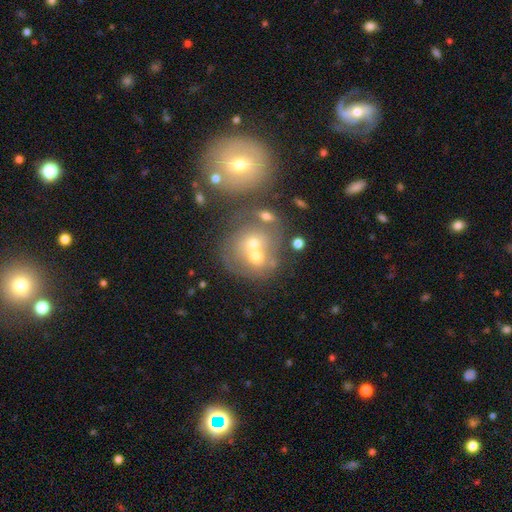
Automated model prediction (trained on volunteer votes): smooth 52%, featured or disk 33%, star or artifact 15%. Down the decision tree: how rounded — round (71%); merging — merger (60%).